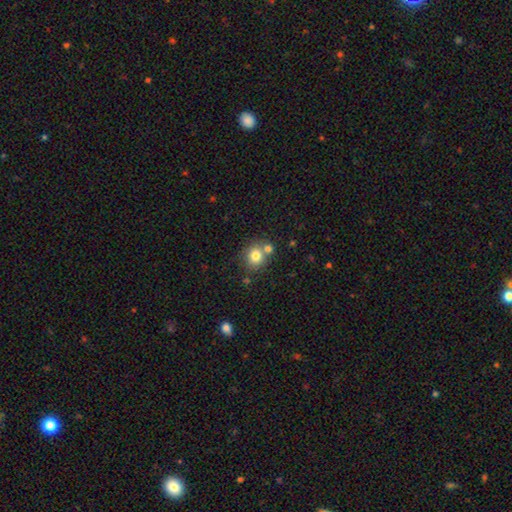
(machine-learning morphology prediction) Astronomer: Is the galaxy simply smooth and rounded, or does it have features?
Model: smooth — 78%.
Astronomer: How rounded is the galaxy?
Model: round — 80%.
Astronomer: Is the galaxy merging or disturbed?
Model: none — 60%.